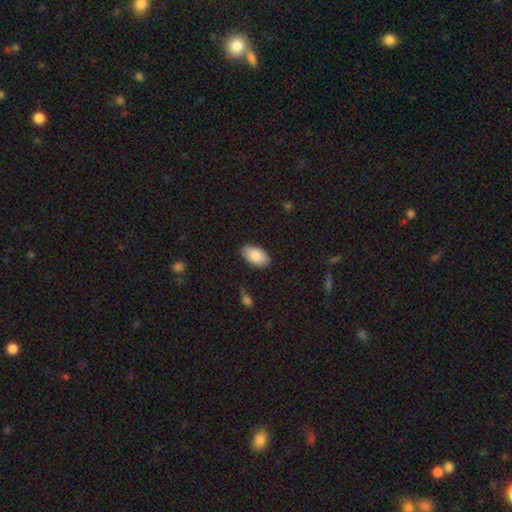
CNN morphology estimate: Overall: smooth (87%). How rounded: in between (95%). Merging: none (85%).